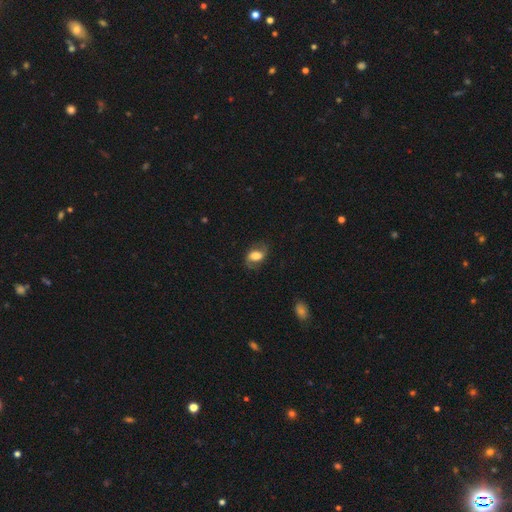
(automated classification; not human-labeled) smooth-or-featured: featured or disk: 49% | smooth: 42% | star or artifact: 8%
  merging: none: 72% | minor disturbance: 18% | major disturbance: 8% | merger: 1%